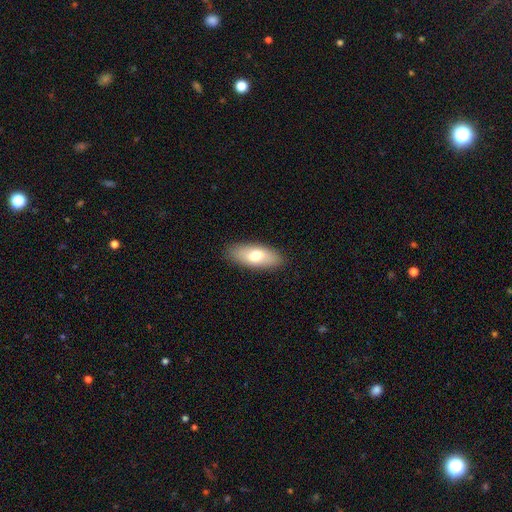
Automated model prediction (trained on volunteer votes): Smooth or featured?
  - smooth: 72% *
  - featured or disk: 22%
  - star or artifact: 6%
How rounded?
  - in between: 82% *
  - cigar-shaped: 15%
  - round: 3%
Merging?
  - none: 88% *
  - minor disturbance: 9%
  - major disturbance: 2%
  - merger: 1%